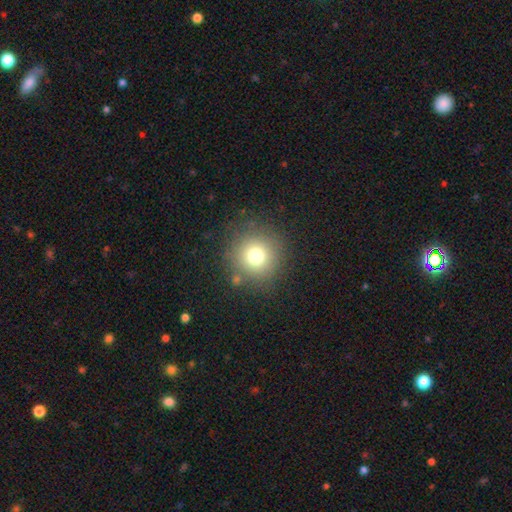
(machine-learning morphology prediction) A smooth galaxy with no disk features (74%) that is round (94%).

Vote fractions:
- Smooth or featured? smooth: 74% / star or artifact: 15% / featured or disk: 11%
- How rounded? round: 94% / in between: 5% / cigar-shaped: 1%
- Merging? none: 85% / minor disturbance: 9% / major disturbance: 4% / merger: 3%